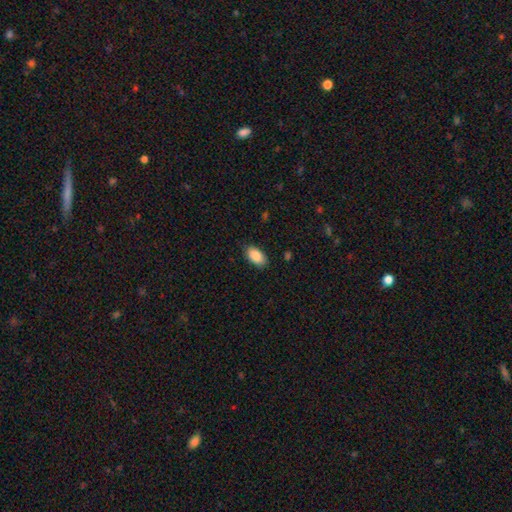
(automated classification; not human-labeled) This is clearly a smooth galaxy (89%). How rounded: clearly in between (95%). Merging: clearly none (86%).